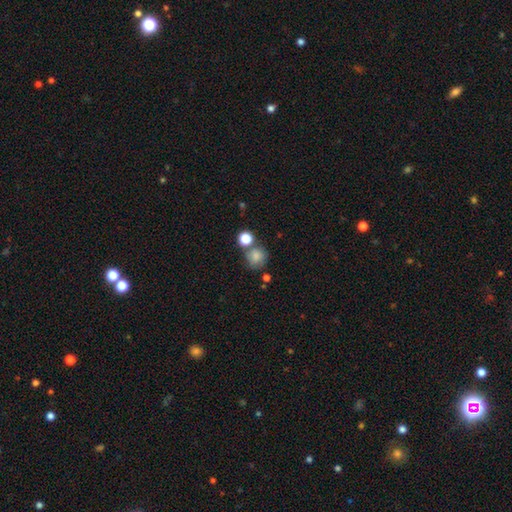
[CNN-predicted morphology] A smooth galaxy with no disk features (80%) that is round (84%). Merging: none (59%).